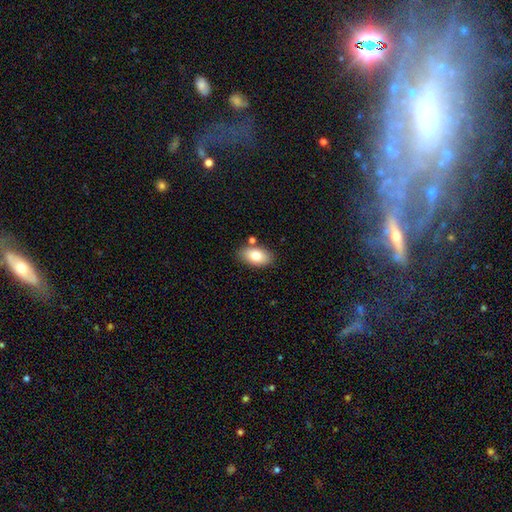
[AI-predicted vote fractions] Smooth or featured? Predicted: smooth (p=0.79). How rounded? Predicted: in between (p=0.91). Merging? Predicted: none (p=0.79).